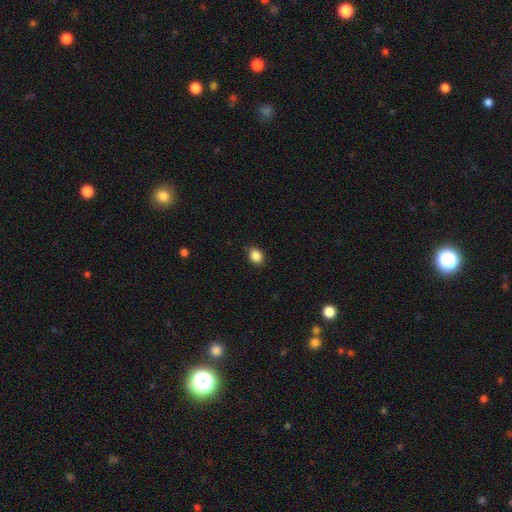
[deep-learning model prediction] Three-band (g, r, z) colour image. It shows a smooth galaxy with no disk features (86%) that is round (59%). Merging: none (85%).